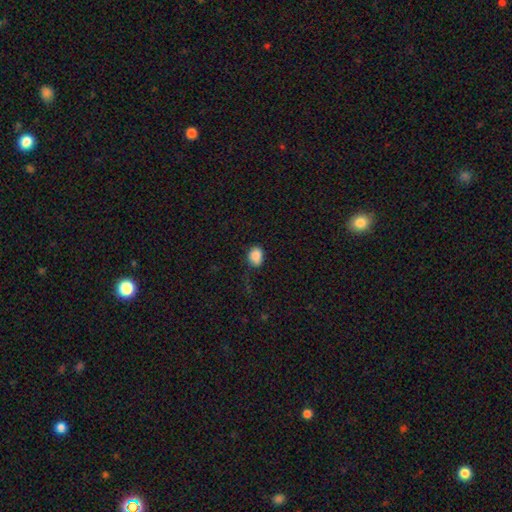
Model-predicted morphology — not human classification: Overall: smooth (86%). How rounded: in between (64%; round 35%). Merging: none (55%; minor disturbance 31%).